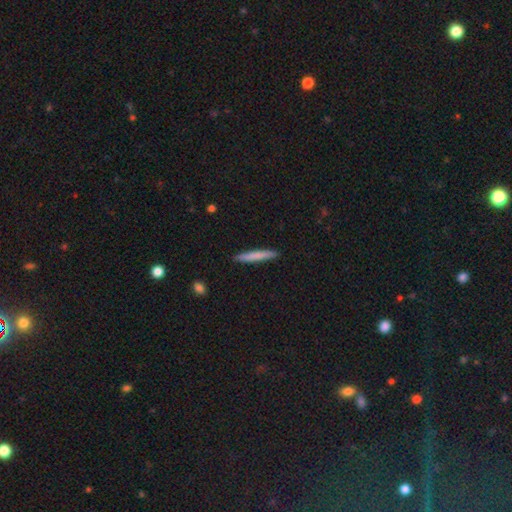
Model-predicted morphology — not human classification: Q: Smooth or featured?
A: smooth (75%); runner-up: featured or disk (19%)
Q: How rounded?
A: cigar-shaped (96%); runner-up: in between (3%)
Q: Merging?
A: none (91%); runner-up: minor disturbance (7%)